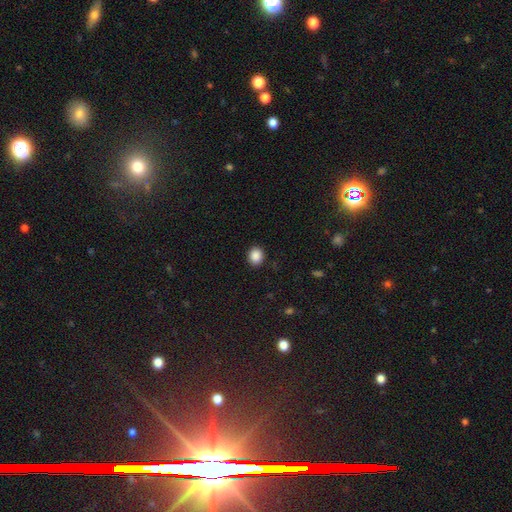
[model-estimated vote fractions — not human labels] This appears to be a smooth galaxy with no disk features (88%) that is round (63%). Merging: none (90%).